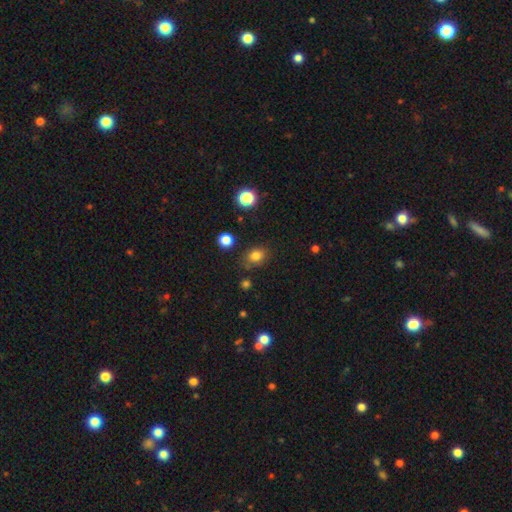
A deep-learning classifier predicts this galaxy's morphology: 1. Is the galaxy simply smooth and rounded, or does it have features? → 80% smooth, 14% star or artifact, 6% featured or disk.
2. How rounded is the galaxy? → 51% in between, 48% round, 1% cigar-shaped.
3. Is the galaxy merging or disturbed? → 77% none, 15% minor disturbance, 4% merger, 4% major disturbance.